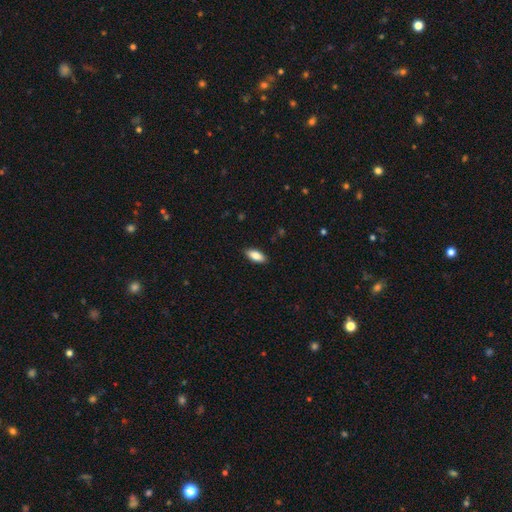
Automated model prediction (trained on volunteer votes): Overall: smooth (85%). How rounded: in between (83%). Merging: none (88%).